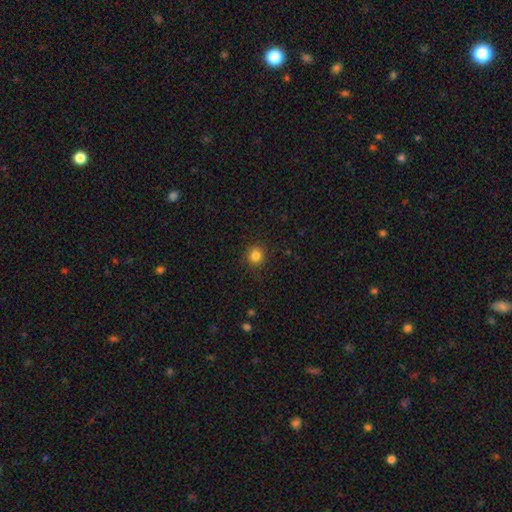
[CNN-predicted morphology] Overall: smooth (83%). How rounded: round (92%). Merging: none (89%).